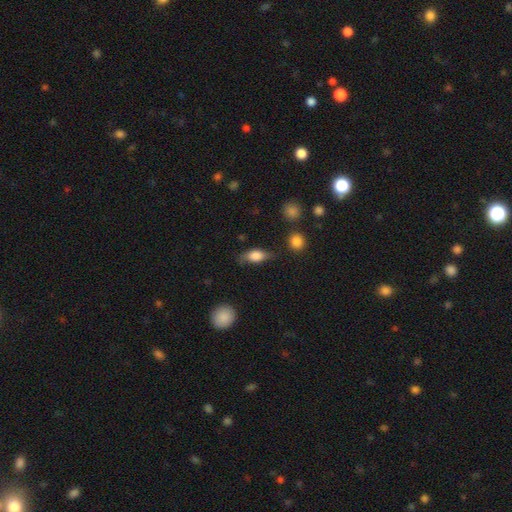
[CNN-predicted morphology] The model was most divided on "merging": none: 60%, minor disturbance: 28%, major disturbance: 9%, merger: 3%. More confident: how rounded — in between (78%); smooth or featured — smooth (70%).